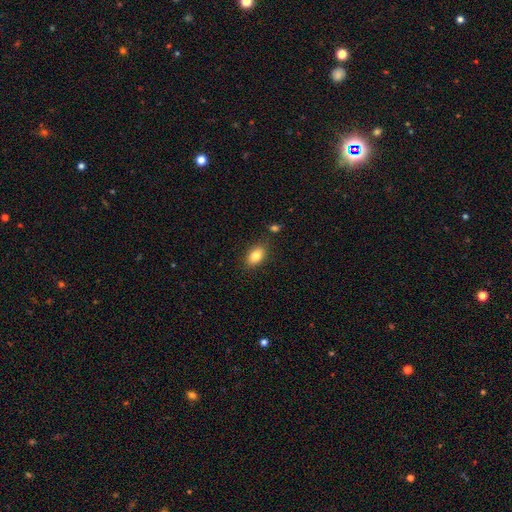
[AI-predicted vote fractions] A smooth galaxy with no disk features (84%) that is in between round and cigar-shaped (88%).

Vote fractions:
- Smooth or featured? smooth: 84% / star or artifact: 8% / featured or disk: 8%
- How rounded? in between: 88% / round: 10% / cigar-shaped: 2%
- Merging? none: 83% / minor disturbance: 11% / merger: 3% / major disturbance: 3%